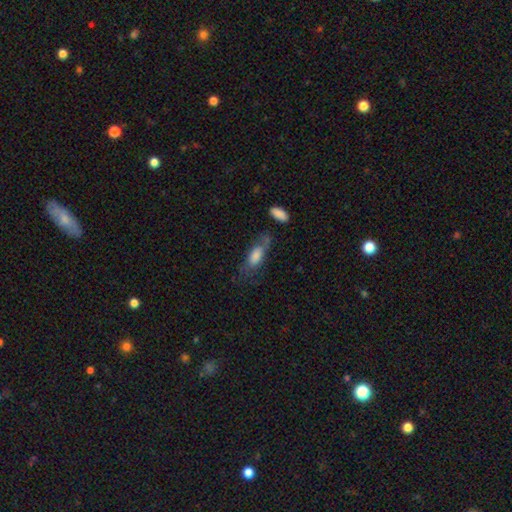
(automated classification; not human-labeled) A smooth galaxy with no disk features (70%) that is in between round and cigar-shaped (74%).

Vote fractions:
- Smooth or featured? smooth: 70% / featured or disk: 22% / star or artifact: 8%
- How rounded? in between: 74% / cigar-shaped: 23% / round: 3%
- Merging? none: 46% / minor disturbance: 25% / major disturbance: 19% / merger: 10%